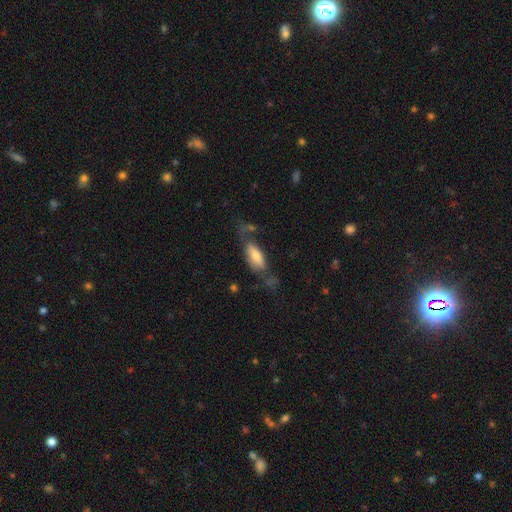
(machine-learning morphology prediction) This appears to be a smooth galaxy with no disk features (61%) that is in between round and cigar-shaped (72%). Merging: none (40%).